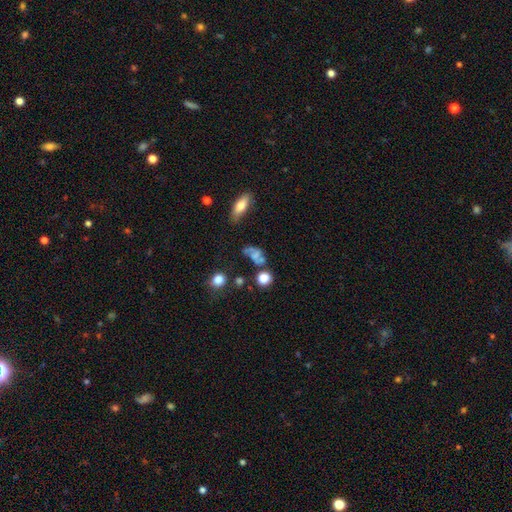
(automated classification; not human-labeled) Smooth or featured? Predicted: smooth (p=0.45). Merging? Predicted: none (p=0.41).